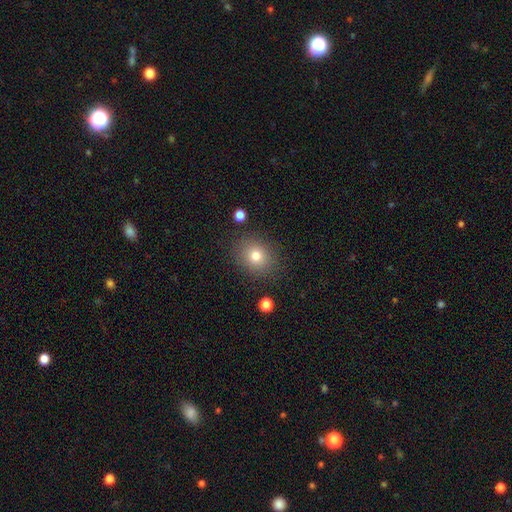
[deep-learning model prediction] Smooth or featured? Predicted: smooth (p=0.77). How rounded? Predicted: round (p=0.65). Merging? Predicted: none (p=0.84).